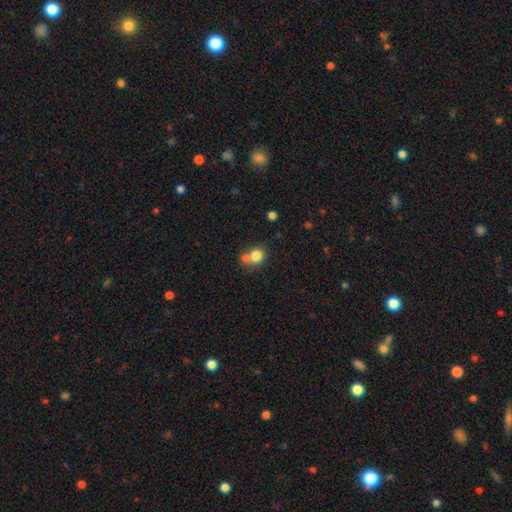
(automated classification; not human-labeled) This is clearly a smooth galaxy (81%). How rounded: likely round (78%). Merging: possibly none (48%).